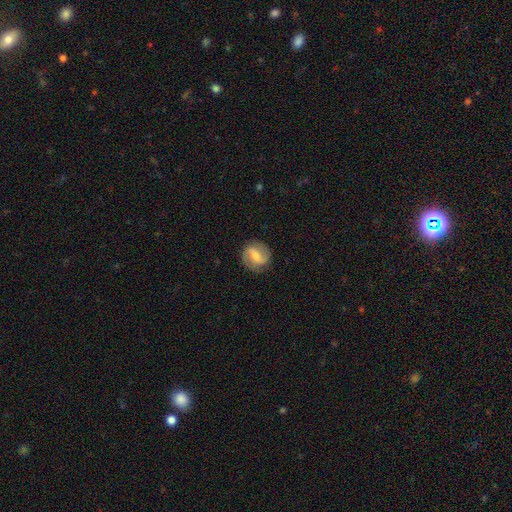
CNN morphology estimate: Smooth or featured? Predicted: featured or disk (p=0.67). Edge-on disk? Predicted: no (p=0.97). Bar? Predicted: weak (p=0.50). Spiral arms? Predicted: yes (p=0.90). Spiral winding? Predicted: medium (p=0.46). Spiral arm count? Predicted: 2 (p=0.86). Bulge size? Predicted: small (p=0.51). Merging? Predicted: none (p=0.82).